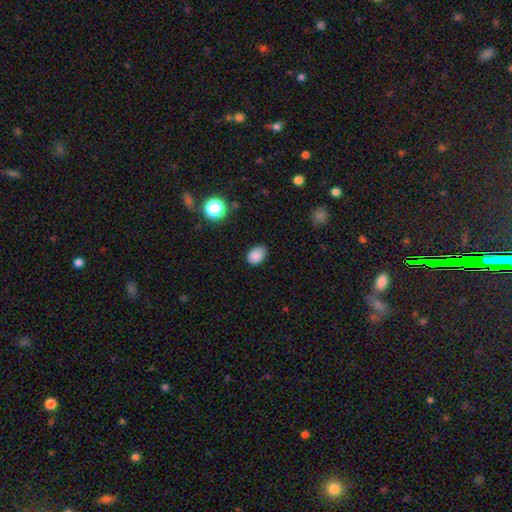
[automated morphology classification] type=smooth (85%); roundness=in between (78%); merging=none (78%).